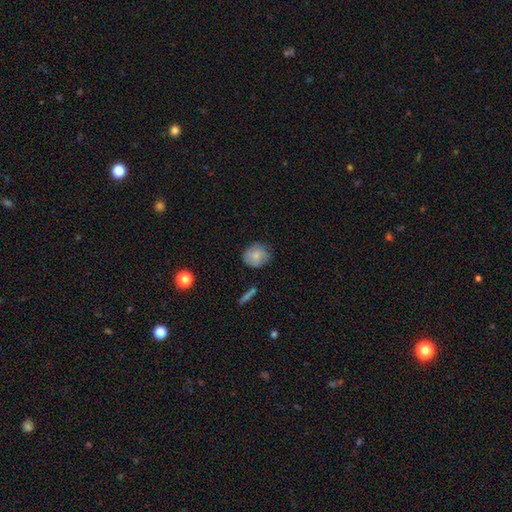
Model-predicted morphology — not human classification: smooth-or-featured: smooth: 76% | featured or disk: 17% | star or artifact: 8%
  how-rounded: round: 76% | in between: 23% | cigar-shaped: 1%
  merging: none: 69% | minor disturbance: 23% | major disturbance: 6% | merger: 2%